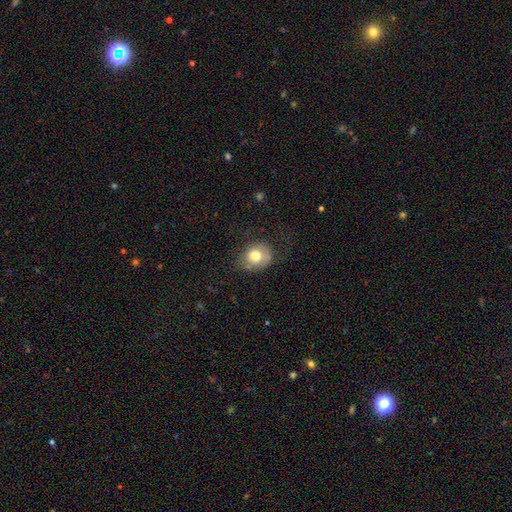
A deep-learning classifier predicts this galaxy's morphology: Smooth or featured? smooth (75%)
How rounded? round (55%)
Merging? none (56%)